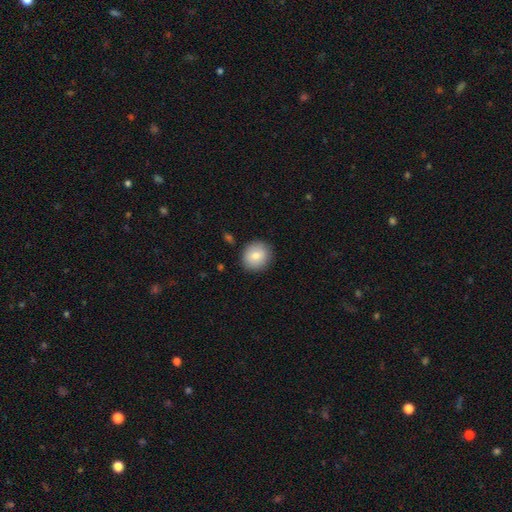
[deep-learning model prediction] Q: Smooth or featured?
A: smooth (80%); runner-up: featured or disk (12%)
Q: How rounded?
A: round (82%); runner-up: in between (17%)
Q: Merging?
A: none (88%); runner-up: minor disturbance (8%)